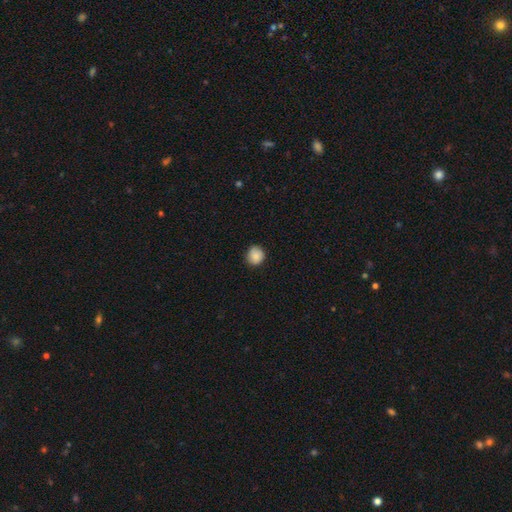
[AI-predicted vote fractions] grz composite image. It shows a smooth galaxy with no disk features (87%) that is round (89%). Merging: none (87%).